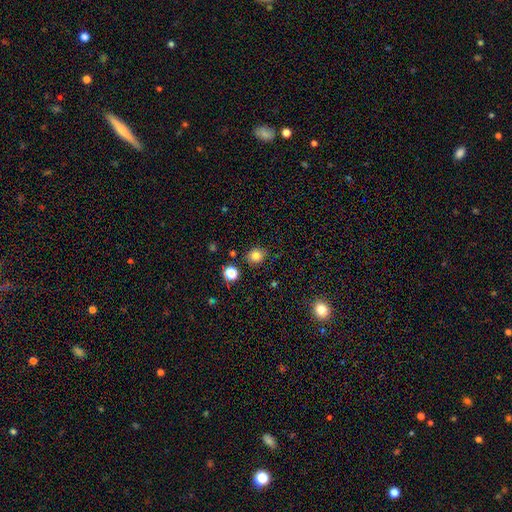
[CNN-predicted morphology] type=smooth (82%); roundness=round (86%); merging=none (82%).